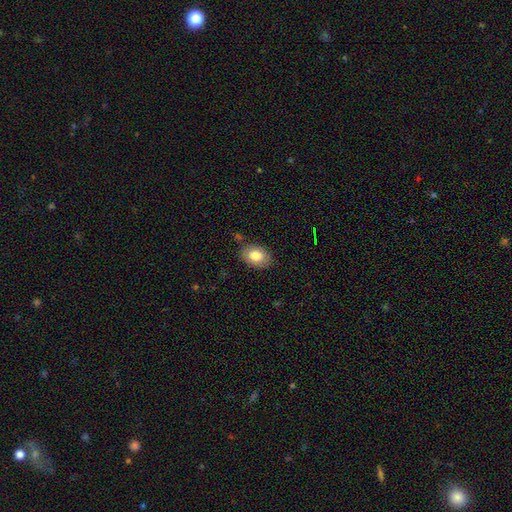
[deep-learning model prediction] Smooth or featured? Predicted: smooth (p=0.80). How rounded? Predicted: in between (p=0.81). Merging? Predicted: none (p=0.81).